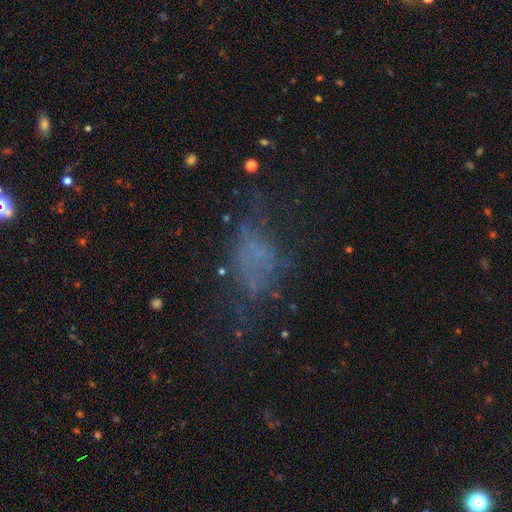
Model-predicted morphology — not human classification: A smooth galaxy with no disk features (37%, tied with featured or disk).

Vote fractions:
- Smooth or featured? smooth: 37% (tied) / featured or disk: 37% (tied) / star or artifact: 26%
- Merging? none: 42% / major disturbance: 34% / minor disturbance: 20% / merger: 4%